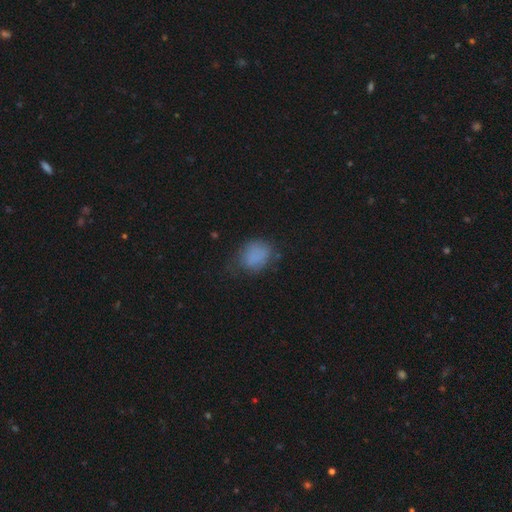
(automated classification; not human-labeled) Overall: smooth (79%). How rounded: in between (53%; round 46%). Merging: none (58%; minor disturbance 28%).